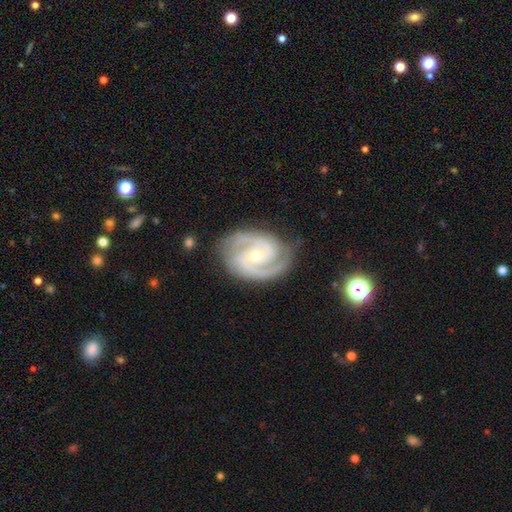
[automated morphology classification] Smooth or featured?
  - featured or disk: 93% *
  - star or artifact: 4%
  - smooth: 3%
Edge-on disk?
  - no: 98% *
  - yes: 2%
Bar?
  - no: 55% *
  - weak: 32%
  - strong: 12%
Spiral arms?
  - yes: 99% *
  - no: 1%
Spiral winding?
  - tight: 53% *
  - medium: 43%
  - loose: 5%
Spiral arm count?
  - 2: 80% *
  - 3: 12%
  - can't tell: 3%
  - 4: 2%
  - 1: 2%
  - more than 4: 2%
Bulge size?
  - small: 63% *
  - moderate: 35%
  - large: 1%
  - none: 1%
  - dominant: 1%
Merging?
  - none: 81% *
  - minor disturbance: 14%
  - major disturbance: 4%
  - merger: 1%